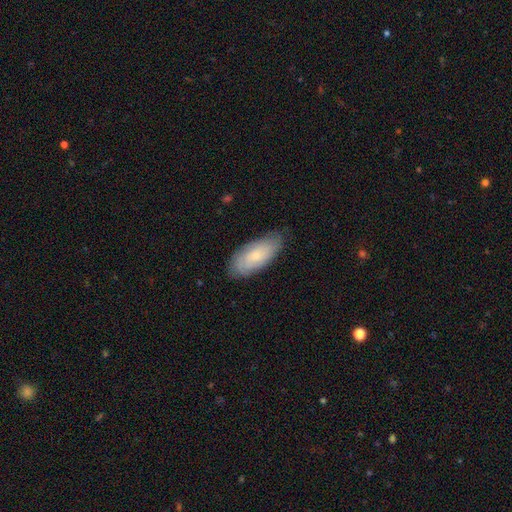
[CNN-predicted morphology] smooth-or-featured: smooth: 53% | featured or disk: 40% | star or artifact: 7%
  how-rounded: in between: 86% | cigar-shaped: 12% | round: 3%
  merging: none: 76% | minor disturbance: 19% | major disturbance: 4% | merger: 1%